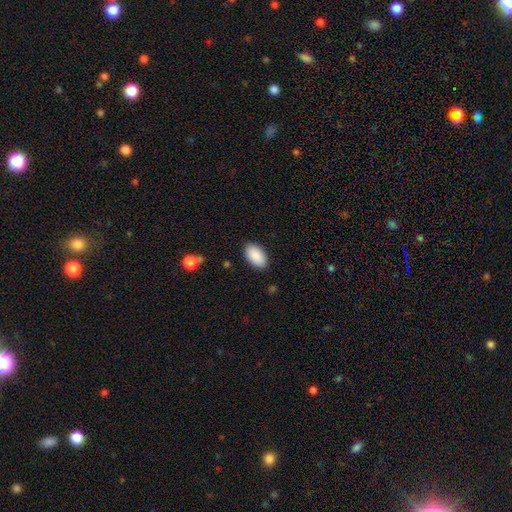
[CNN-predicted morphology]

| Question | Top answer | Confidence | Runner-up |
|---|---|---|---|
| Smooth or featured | smooth | 90% | star or artifact (6%) |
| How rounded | in between | 95% | round (4%) |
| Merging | none | 87% | minor disturbance (9%) |